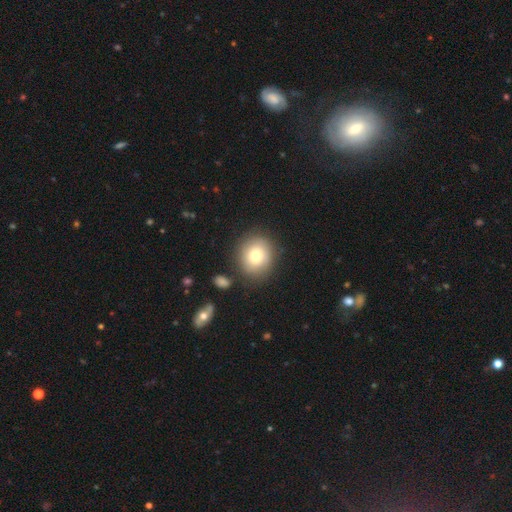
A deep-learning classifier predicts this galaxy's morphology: Smooth or featured?
  - smooth: 77% *
  - featured or disk: 13%
  - star or artifact: 10%
How rounded?
  - round: 83% *
  - in between: 16%
  - cigar-shaped: 1%
Merging?
  - none: 82% *
  - minor disturbance: 10%
  - merger: 4%
  - major disturbance: 4%